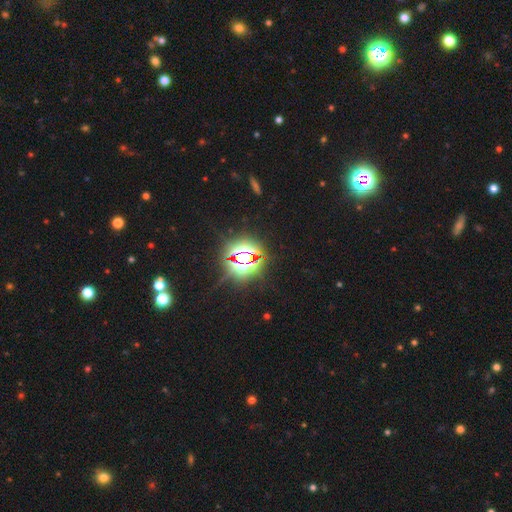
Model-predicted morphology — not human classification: A star or artifact, not a galaxy (81%).